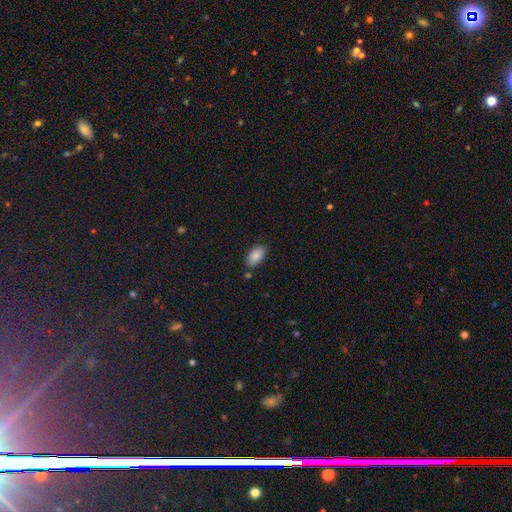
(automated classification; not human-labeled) smooth 87%, star or artifact 7%, featured or disk 6%. Down the decision tree: how rounded — in between (94%); merging — none (78%).